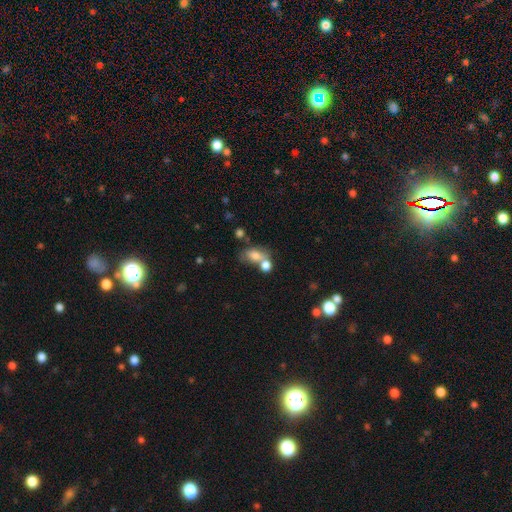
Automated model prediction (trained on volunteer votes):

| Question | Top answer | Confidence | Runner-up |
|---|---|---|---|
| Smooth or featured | smooth | 73% | featured or disk (16%) |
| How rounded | in between | 76% | round (21%) |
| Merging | merger | 46% | none (31%) |